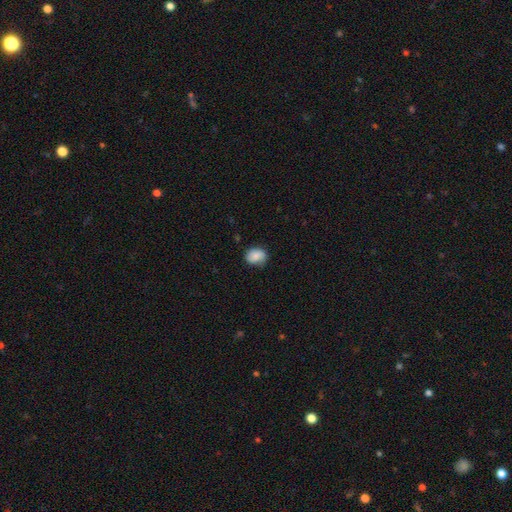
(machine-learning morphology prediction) The model was most divided on "how rounded": in between: 50%, round: 49%, cigar-shaped: 1%. More confident: smooth or featured — smooth (79%); merging — none (68%).